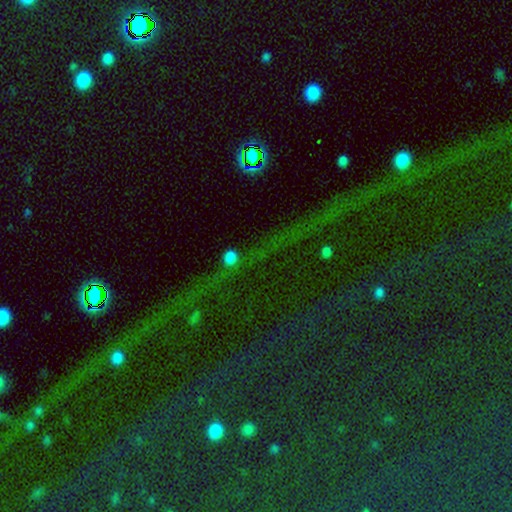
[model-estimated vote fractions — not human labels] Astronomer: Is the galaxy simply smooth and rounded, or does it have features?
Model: star or artifact — 79%.